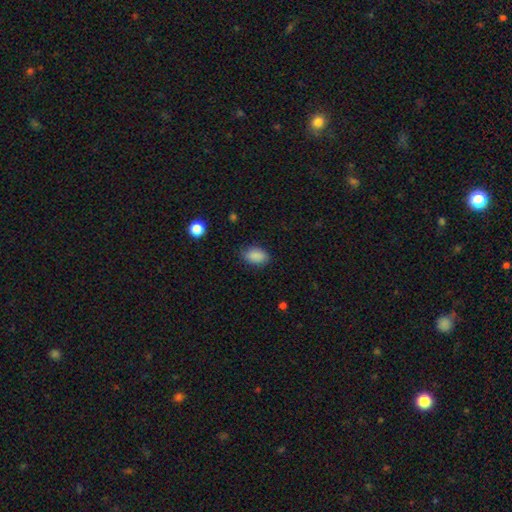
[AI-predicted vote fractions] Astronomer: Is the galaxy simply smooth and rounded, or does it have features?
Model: smooth — 88%.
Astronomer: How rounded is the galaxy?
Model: in between — 88%.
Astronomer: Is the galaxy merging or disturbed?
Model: none — 82%.